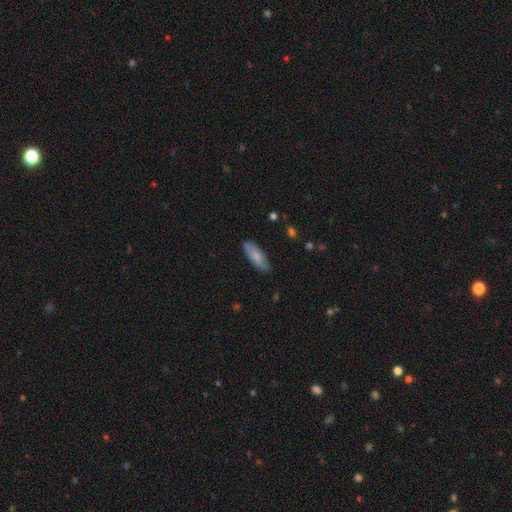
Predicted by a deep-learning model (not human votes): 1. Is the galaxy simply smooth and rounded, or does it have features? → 77% smooth, 17% featured or disk, 6% star or artifact.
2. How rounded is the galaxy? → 67% in between, 31% cigar-shaped, 2% round.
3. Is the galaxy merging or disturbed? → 82% none, 14% minor disturbance, 3% major disturbance, 1% merger.